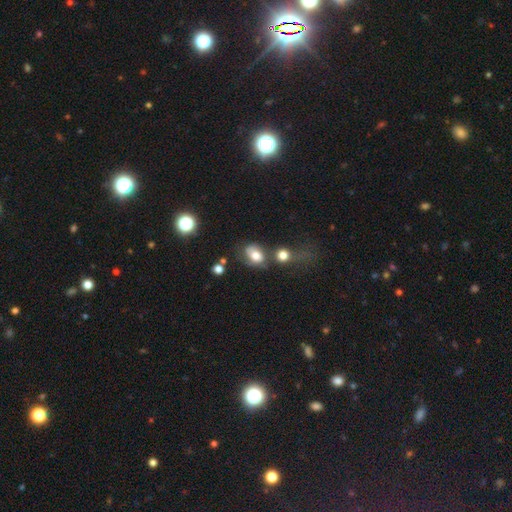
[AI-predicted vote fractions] smooth-or-featured: smooth: 63% | featured or disk: 26% | star or artifact: 11%
  how-rounded: in between: 64% | round: 34% | cigar-shaped: 1%
  merging: none: 36% | merger: 25% | minor disturbance: 20% | major disturbance: 18%